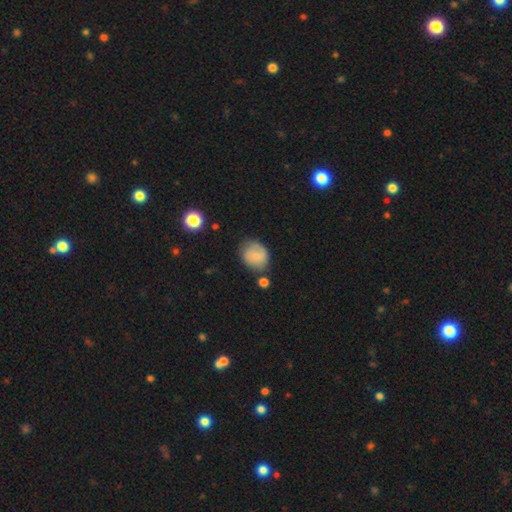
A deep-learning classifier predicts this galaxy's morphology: Smooth or featured: smooth — 68% (featured or disk — 24%)
How rounded: round — 62% (in between — 37%)
Merging: none — 67% (minor disturbance — 21%)